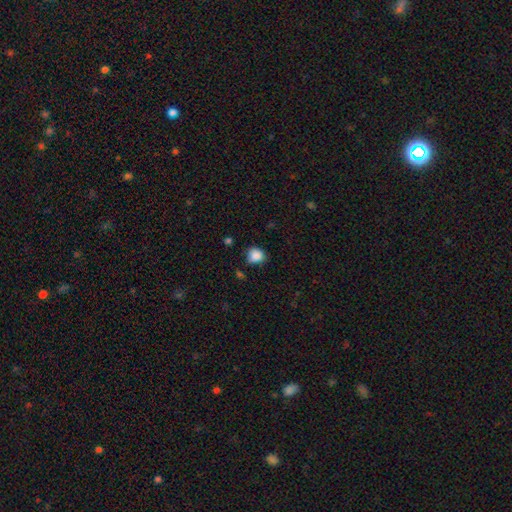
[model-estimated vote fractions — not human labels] smooth_or_featured: smooth (p=0.87) [alt: star or artifact p=0.09]
how_rounded: round (p=0.74) [alt: in between p=0.25]
merging: none (p=0.70) [alt: minor disturbance p=0.23]